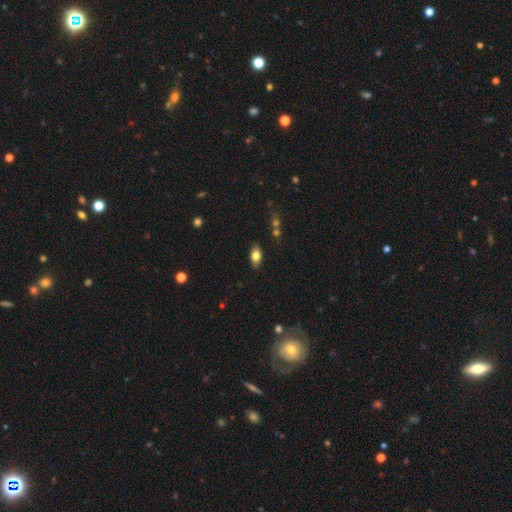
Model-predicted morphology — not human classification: Smooth or featured: smooth — 76% (featured or disk — 15%)
How rounded: in between — 89% (round — 6%)
Merging: none — 85% (minor disturbance — 10%)